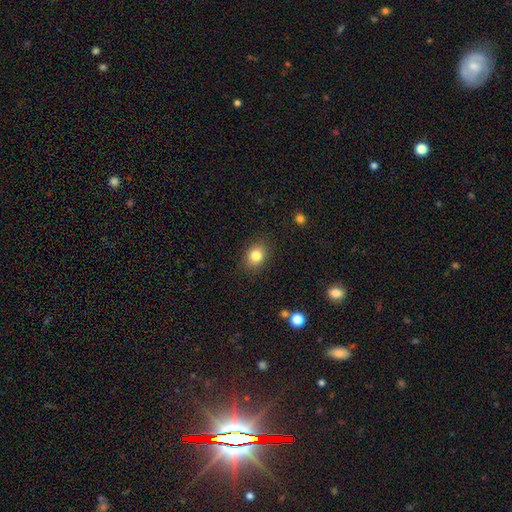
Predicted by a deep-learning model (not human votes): Smooth or featured? smooth (83%)
How rounded? in between (51%)
Merging? none (87%)